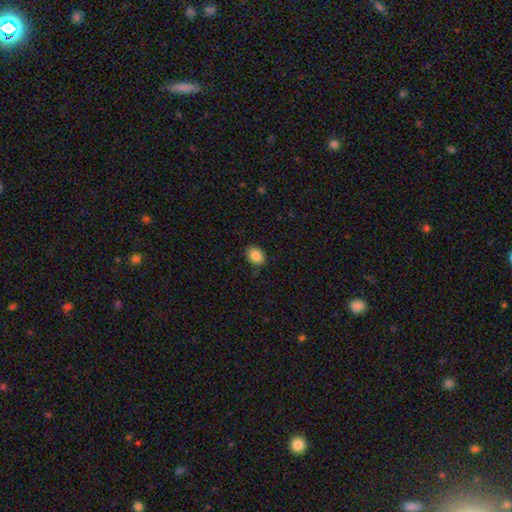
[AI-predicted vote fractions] This appears to be a smooth galaxy with no disk features (86%) that is in between round and cigar-shaped (69%). Merging: none (83%).